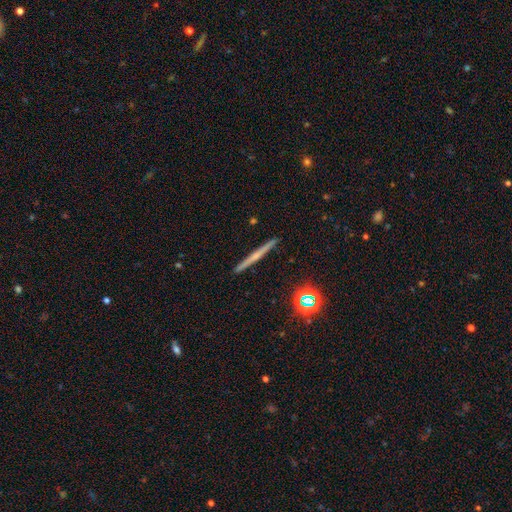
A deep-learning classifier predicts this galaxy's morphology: Q: Smooth or featured?
A: featured or disk (60%); runner-up: smooth (29%)
Q: Edge-on disk?
A: yes (98%); runner-up: no (2%)
Q: Edge-on bulge?
A: none (50%); runner-up: rounded (43%)
Q: Merging?
A: none (93%); runner-up: minor disturbance (5%)